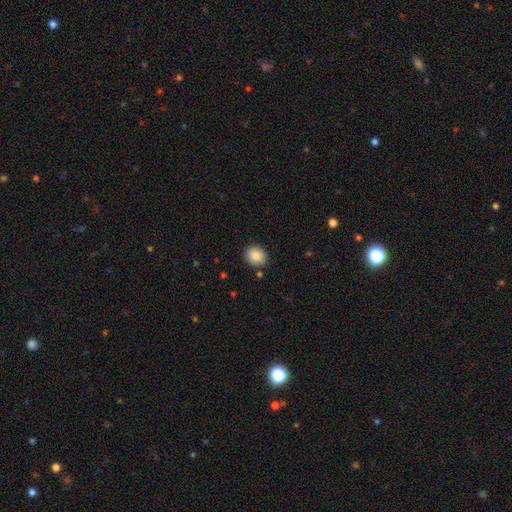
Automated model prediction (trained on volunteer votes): The model was most divided on "how rounded": round: 66%, in between: 33%, cigar-shaped: 1%. More confident: merging — none (89%); smooth or featured — smooth (87%).